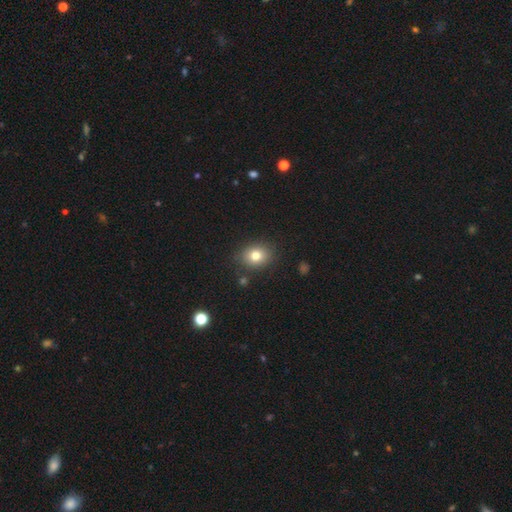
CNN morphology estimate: smooth_or_featured: smooth (p=0.78) [alt: star or artifact p=0.12]
how_rounded: round (p=0.55) [alt: in between p=0.44]
merging: none (p=0.84) [alt: minor disturbance p=0.10]